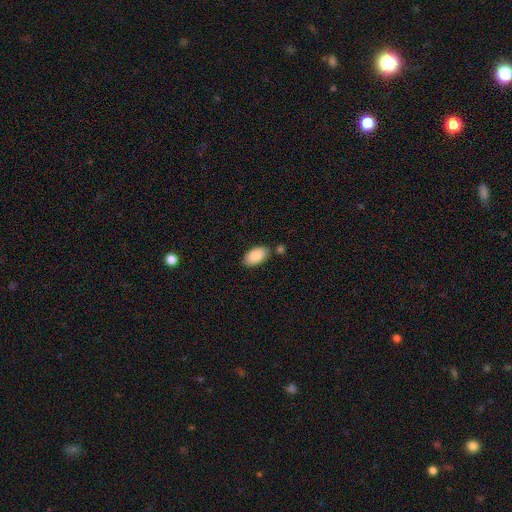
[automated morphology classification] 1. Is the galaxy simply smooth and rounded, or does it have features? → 89% smooth, 6% star or artifact, 5% featured or disk.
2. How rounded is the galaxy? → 95% in between, 3% round, 2% cigar-shaped.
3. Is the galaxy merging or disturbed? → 77% none, 13% minor disturbance, 7% merger, 3% major disturbance.